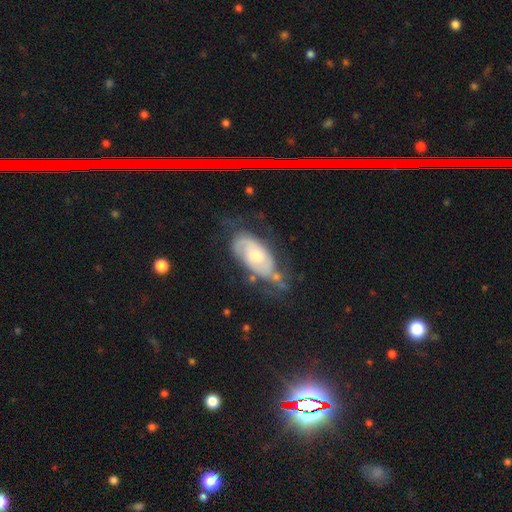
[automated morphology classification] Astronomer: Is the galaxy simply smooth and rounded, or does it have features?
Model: featured or disk — 66%.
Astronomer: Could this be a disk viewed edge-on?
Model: no — 93%.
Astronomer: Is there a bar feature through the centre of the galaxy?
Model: no — 70%.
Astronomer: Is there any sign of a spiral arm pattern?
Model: yes — 84%.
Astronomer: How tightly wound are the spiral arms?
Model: tight — 48% (runner-up: medium, 37%).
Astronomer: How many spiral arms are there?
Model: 2 — 52% (runner-up: can't tell, 32%).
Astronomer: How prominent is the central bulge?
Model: moderate — 45% (runner-up: small, 43%).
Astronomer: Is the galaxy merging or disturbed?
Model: none — 46% (runner-up: minor disturbance, 29%).